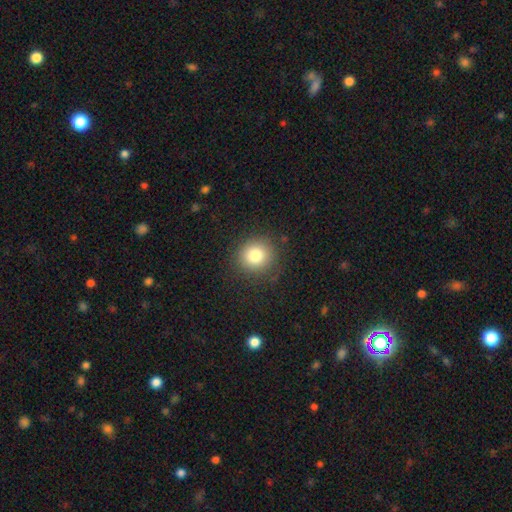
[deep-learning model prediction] Overall: smooth (81%). How rounded: round (91%). Merging: none (89%).